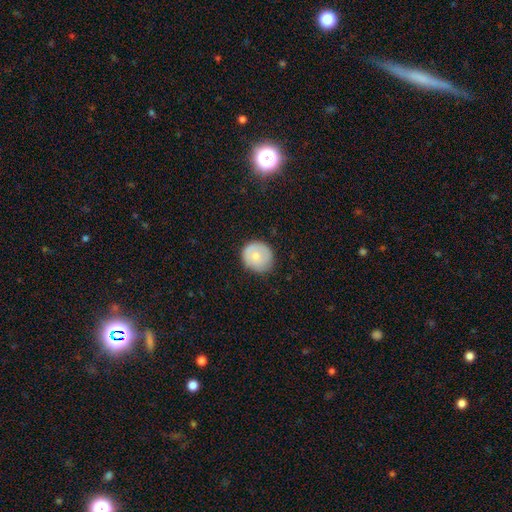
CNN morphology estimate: This appears to be a smooth galaxy with no disk features (71%) that is round (87%). Merging: none (78%).